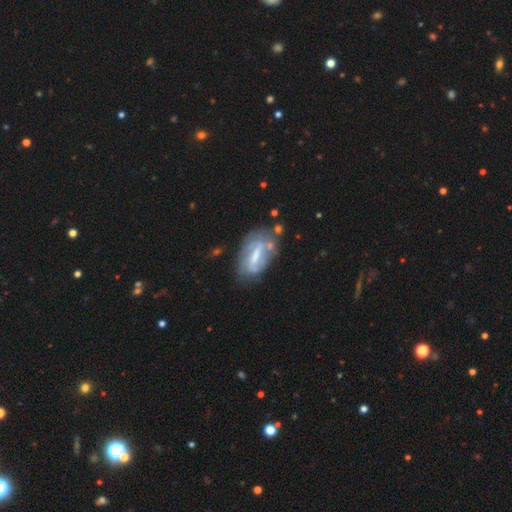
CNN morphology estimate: smooth-or-featured: featured or disk: 67% | smooth: 26% | star or artifact: 7%
  disk-edge-on: no: 91% | yes: 9%
    bar: strong: 53% | weak: 35% | no: 12%
    has-spiral-arms: yes: 65% | no: 35%
    bulge-size: moderate: 40% | small: 32% | none: 19% | large: 8% | dominant: 1%
  merging: none: 60% | minor disturbance: 23% | major disturbance: 11% | merger: 7%